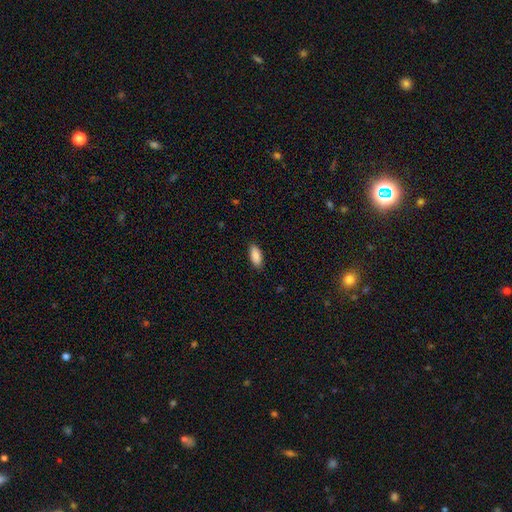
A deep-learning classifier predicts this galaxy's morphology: Smooth or featured? Predicted: smooth (p=0.90). How rounded? Predicted: in between (p=0.87). Merging? Predicted: none (p=0.87).